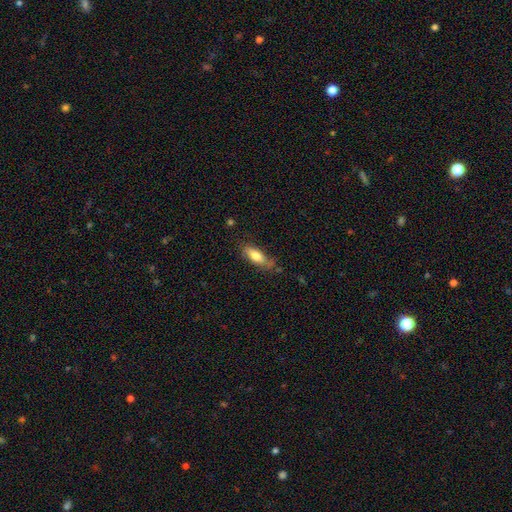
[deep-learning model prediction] smooth-or-featured: smooth: 75% | featured or disk: 19% | star or artifact: 7%
  how-rounded: in between: 68% | cigar-shaped: 30% | round: 2%
  merging: none: 68% | minor disturbance: 23% | major disturbance: 5% | merger: 3%